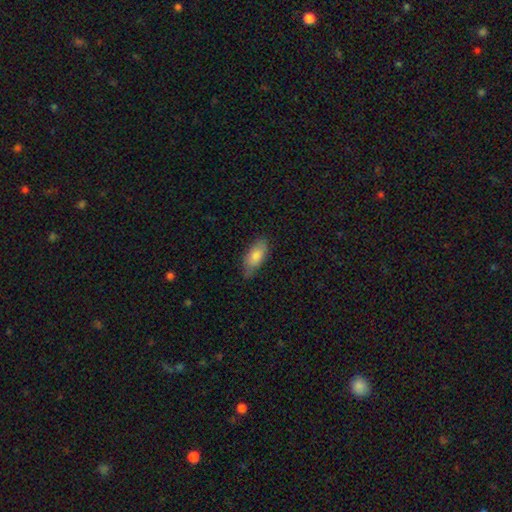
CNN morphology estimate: Smooth or featured? Predicted: smooth (p=0.80). How rounded? Predicted: in between (p=0.85). Merging? Predicted: none (p=0.73).